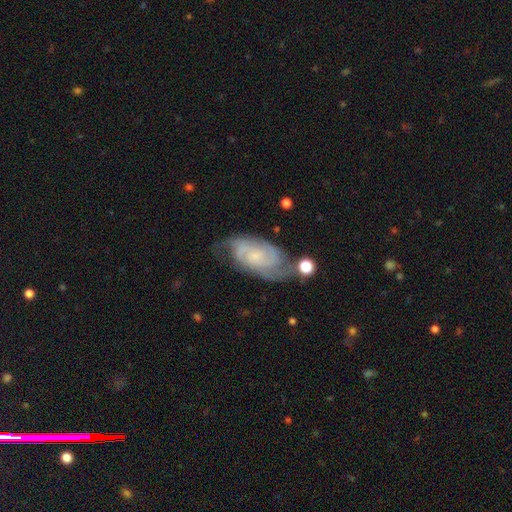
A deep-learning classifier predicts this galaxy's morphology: type=featured or disk (82%); edge-on=no (96%); bar=no (62%); spiral arms=yes (96%); winding=tight (55%); arm count=2 (56%); bulge=small (57%); merging=none (62%).